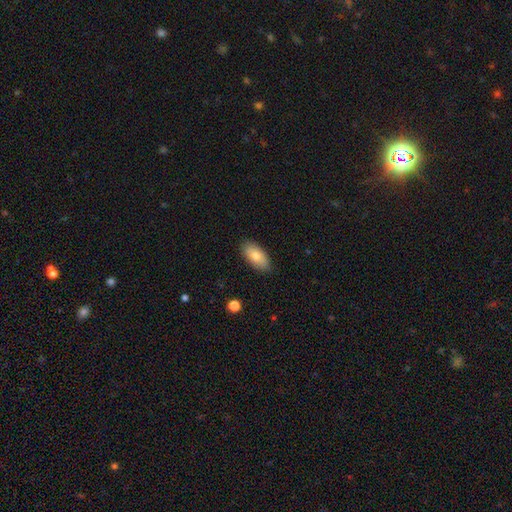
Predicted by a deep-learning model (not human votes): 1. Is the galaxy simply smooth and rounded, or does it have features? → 79% smooth, 15% featured or disk, 6% star or artifact.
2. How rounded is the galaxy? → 93% in between, 5% cigar-shaped, 3% round.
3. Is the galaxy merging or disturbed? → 86% none, 11% minor disturbance, 2% major disturbance, 1% merger.